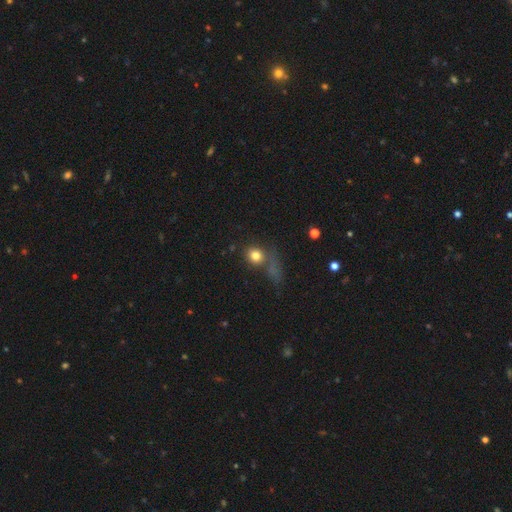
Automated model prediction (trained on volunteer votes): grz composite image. It shows a smooth galaxy with no disk features (78%) that is round (79%). Merging: none (61%).